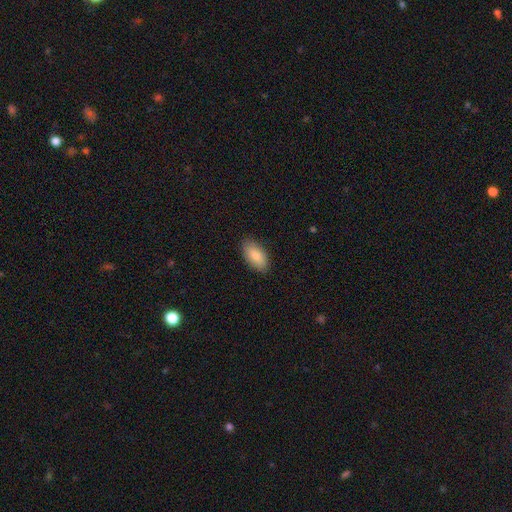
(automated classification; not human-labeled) This appears to be a smooth galaxy with no disk features (85%) that is in between round and cigar-shaped (93%). Merging: none (87%).